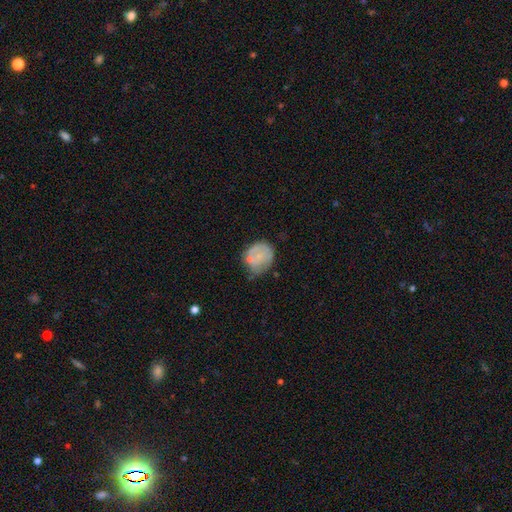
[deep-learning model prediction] This appears to be a smooth galaxy with no disk features (47%). Merging: none (47%).